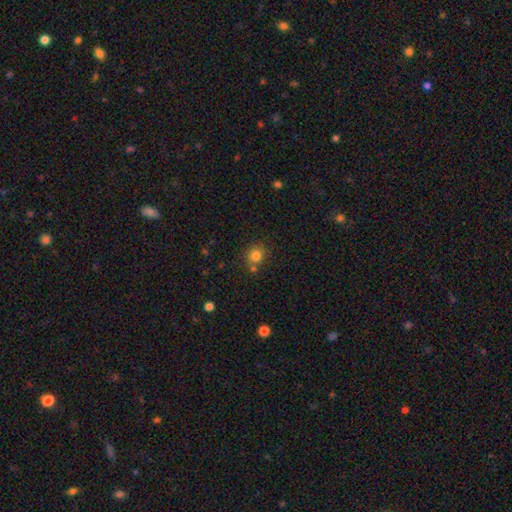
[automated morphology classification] This appears to be a smooth galaxy with no disk features (81%) that is round (86%). Merging: none (73%).